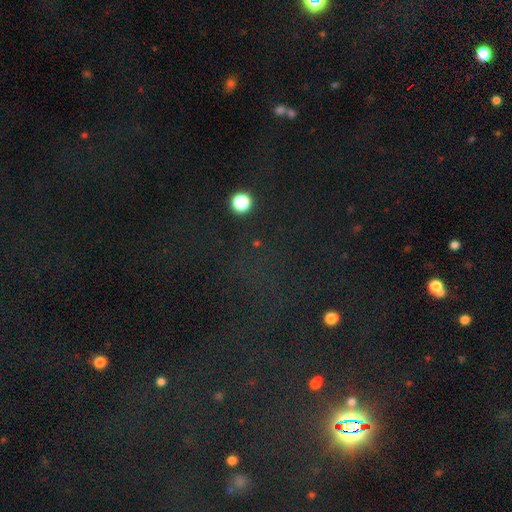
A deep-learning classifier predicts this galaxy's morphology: The model was most divided on "smooth or featured": star or artifact: 73%, smooth: 18%, featured or disk: 9%.